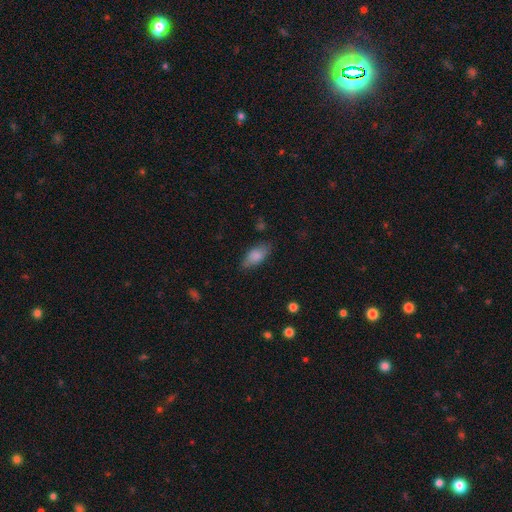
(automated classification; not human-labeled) Smooth or featured?
  - smooth: 80% *
  - featured or disk: 12%
  - star or artifact: 7%
How rounded?
  - in between: 87% *
  - cigar-shaped: 10%
  - round: 4%
Merging?
  - none: 73% *
  - minor disturbance: 20%
  - major disturbance: 5%
  - merger: 1%